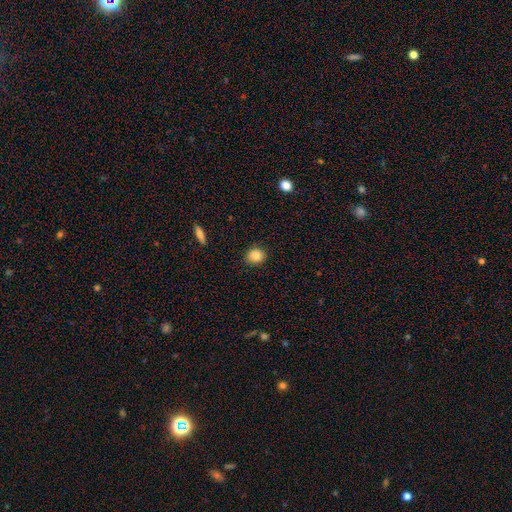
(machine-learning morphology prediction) A smooth galaxy with no disk features (85%) that is round (65%).

Vote fractions:
- Smooth or featured? smooth: 85% / star or artifact: 9% / featured or disk: 6%
- How rounded? round: 65% / in between: 34% / cigar-shaped: 1%
- Merging? none: 88% / minor disturbance: 8% / major disturbance: 2% / merger: 1%